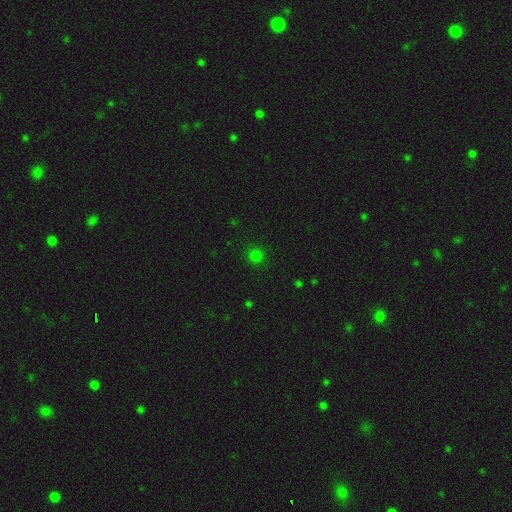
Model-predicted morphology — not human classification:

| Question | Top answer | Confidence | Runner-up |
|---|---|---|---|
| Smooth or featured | smooth | 77% | star or artifact (20%) |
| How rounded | round | 92% | in between (7%) |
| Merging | none | 90% | minor disturbance (7%) |